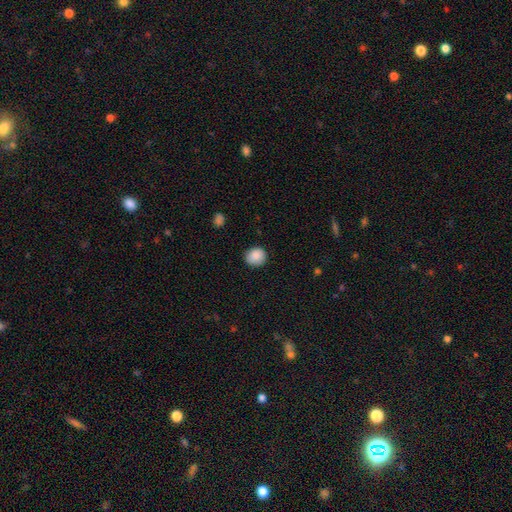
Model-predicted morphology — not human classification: smooth_or_featured: smooth (p=0.88) [alt: star or artifact p=0.08]
how_rounded: round (p=0.83) [alt: in between p=0.16]
merging: none (p=0.85) [alt: minor disturbance p=0.11]